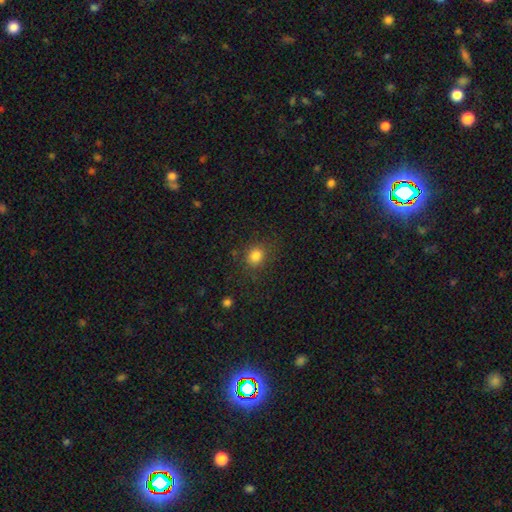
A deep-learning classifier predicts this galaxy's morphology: A smooth galaxy with no disk features (82%) that is round (78%).

Vote fractions:
- Smooth or featured? smooth: 82% / star or artifact: 13% / featured or disk: 5%
- How rounded? round: 78% / in between: 21% / cigar-shaped: 1%
- Merging? none: 82% / minor disturbance: 11% / major disturbance: 5% / merger: 2%